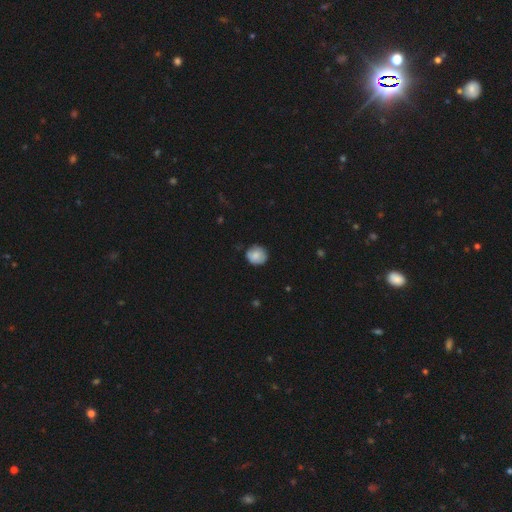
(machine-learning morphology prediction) Q: Smooth or featured?
A: smooth (80%); runner-up: featured or disk (12%)
Q: How rounded?
A: round (85%); runner-up: in between (14%)
Q: Merging?
A: none (74%); runner-up: minor disturbance (21%)